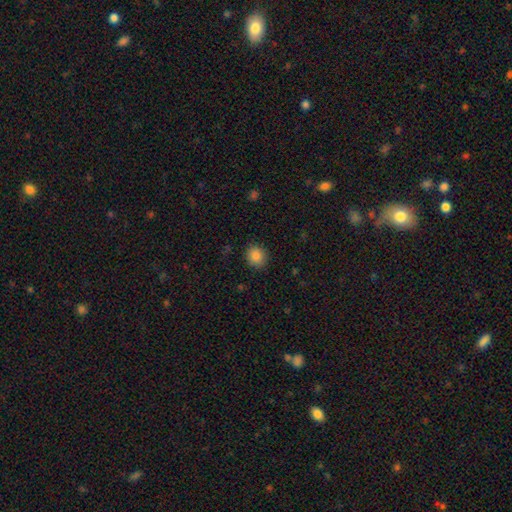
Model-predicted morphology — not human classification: Smooth or featured? smooth (86%)
How rounded? round (77%)
Merging? none (89%)